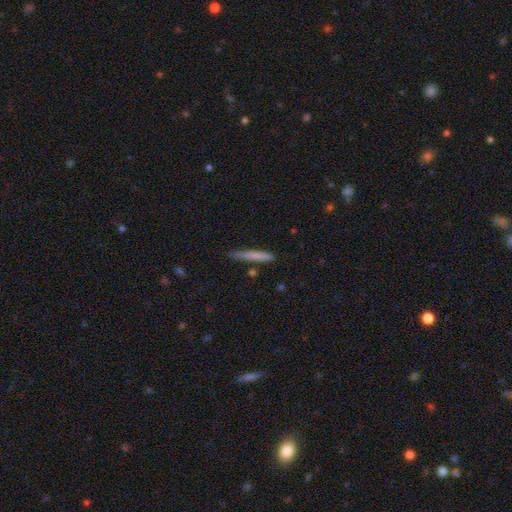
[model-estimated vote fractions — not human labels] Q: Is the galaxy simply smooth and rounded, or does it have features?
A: smooth — 73%.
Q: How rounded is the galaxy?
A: cigar-shaped — 95%.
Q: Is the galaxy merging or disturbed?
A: none — 78%.